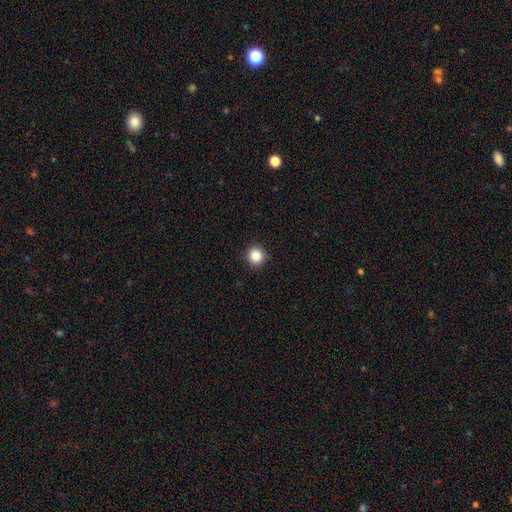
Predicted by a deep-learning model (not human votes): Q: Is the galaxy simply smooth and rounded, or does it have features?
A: smooth — 87%.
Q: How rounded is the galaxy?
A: round — 93%.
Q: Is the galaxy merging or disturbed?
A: none — 91%.